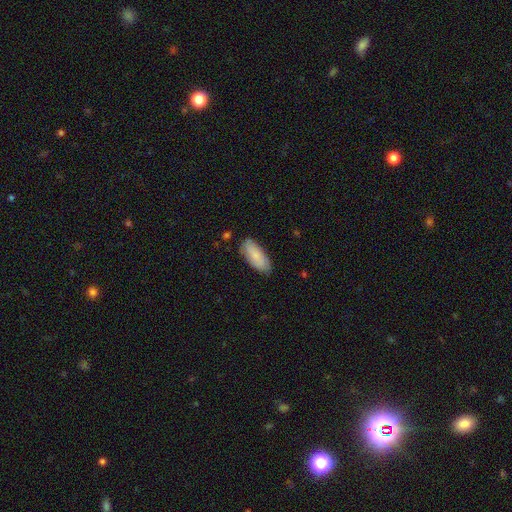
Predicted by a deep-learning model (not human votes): Overall: smooth (83%). How rounded: in between (83%). Merging: none (78%).